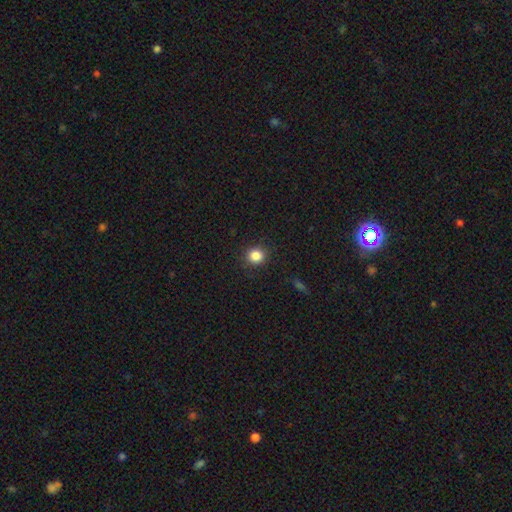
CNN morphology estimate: This is clearly a smooth galaxy (85%). How rounded: clearly round (88%). Merging: clearly none (89%).